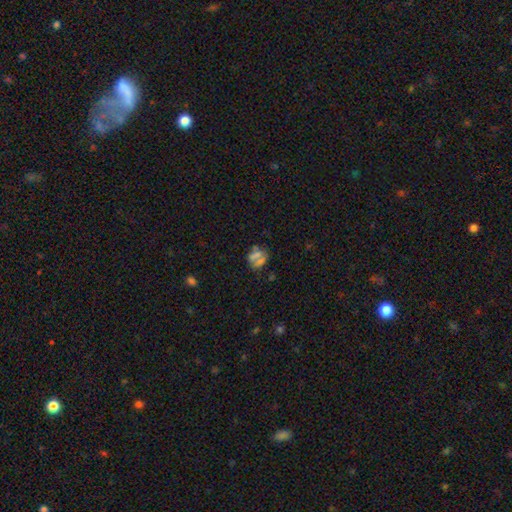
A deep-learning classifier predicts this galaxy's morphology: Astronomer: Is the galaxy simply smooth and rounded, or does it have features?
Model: smooth — 51% (runner-up: star or artifact, 29%).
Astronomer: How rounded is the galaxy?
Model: round — 64%.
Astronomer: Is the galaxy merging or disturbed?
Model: none — 62%.